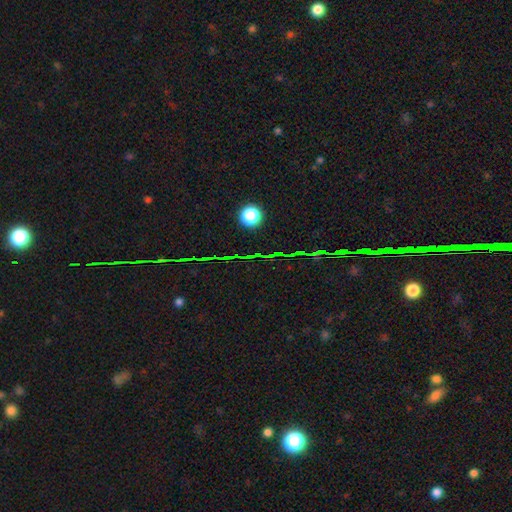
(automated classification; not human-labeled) smooth-or-featured: star or artifact: 79% | smooth: 12% | featured or disk: 9%